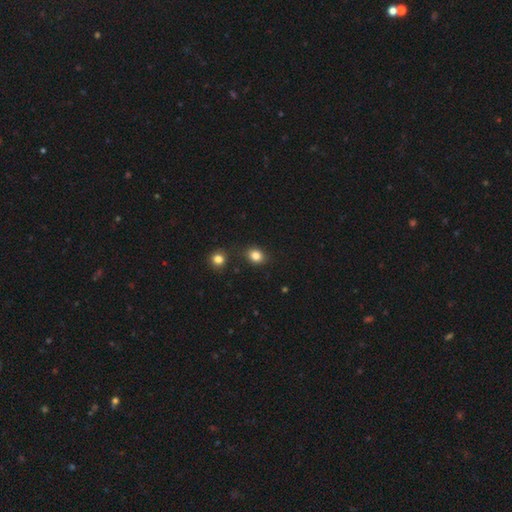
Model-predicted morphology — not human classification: Smooth or featured? Predicted: smooth (p=0.83). How rounded? Predicted: round (p=0.56). Merging? Predicted: none (p=0.83).